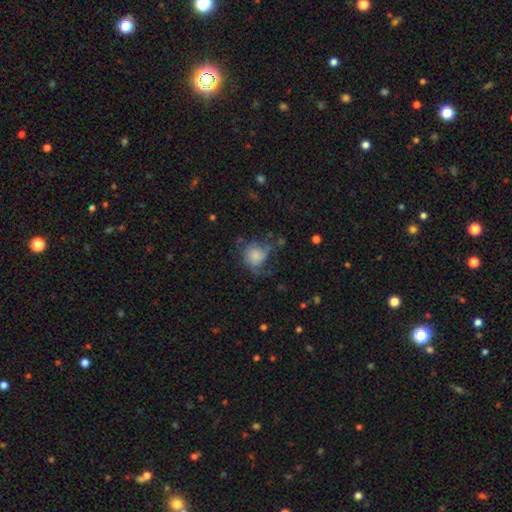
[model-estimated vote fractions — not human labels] Smooth or featured? smooth (67%)
How rounded? round (74%)
Merging? none (38%)